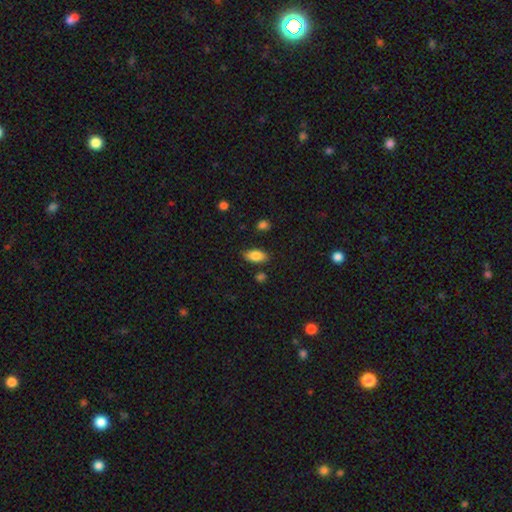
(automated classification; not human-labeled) Smooth or featured? smooth (84%)
How rounded? in between (90%)
Merging? none (82%)